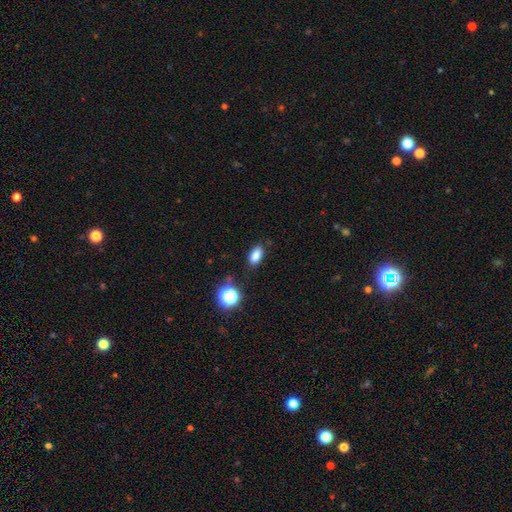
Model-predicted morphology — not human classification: Q: Smooth or featured?
A: smooth (83%); runner-up: star or artifact (12%)
Q: How rounded?
A: in between (87%); runner-up: round (8%)
Q: Merging?
A: none (84%); runner-up: minor disturbance (11%)